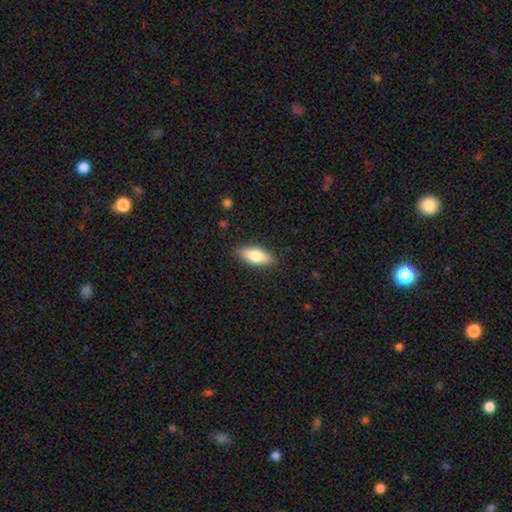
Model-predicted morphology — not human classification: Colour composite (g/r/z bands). It shows a smooth galaxy with no disk features (72%) that is in between round and cigar-shaped (72%). Merging: none (87%).